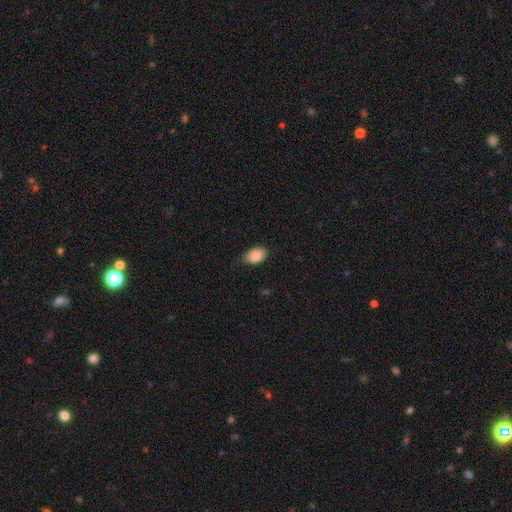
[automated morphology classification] smooth 87%, star or artifact 7%, featured or disk 5%. Down the decision tree: how rounded — in between (89%); merging — none (68%).